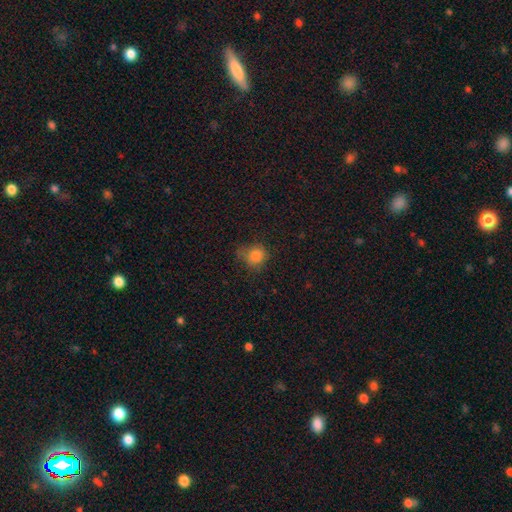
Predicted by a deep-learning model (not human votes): Smooth or featured? Predicted: smooth (p=0.81). How rounded? Predicted: round (p=0.75). Merging? Predicted: none (p=0.55).